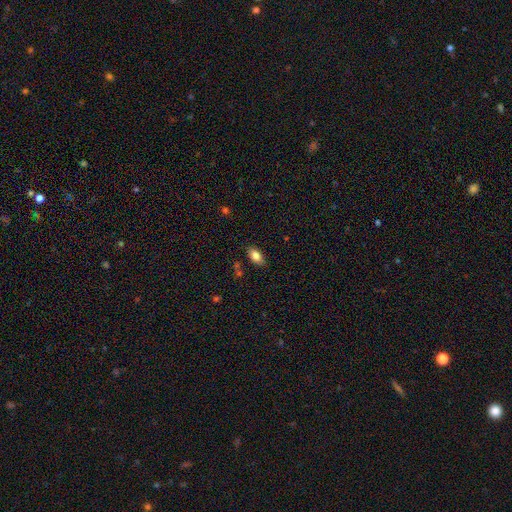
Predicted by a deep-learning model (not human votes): smooth-or-featured: smooth: 81% | featured or disk: 10% | star or artifact: 8%
  how-rounded: in between: 90% | round: 6% | cigar-shaped: 5%
  merging: none: 82% | minor disturbance: 13% | merger: 3% | major disturbance: 3%